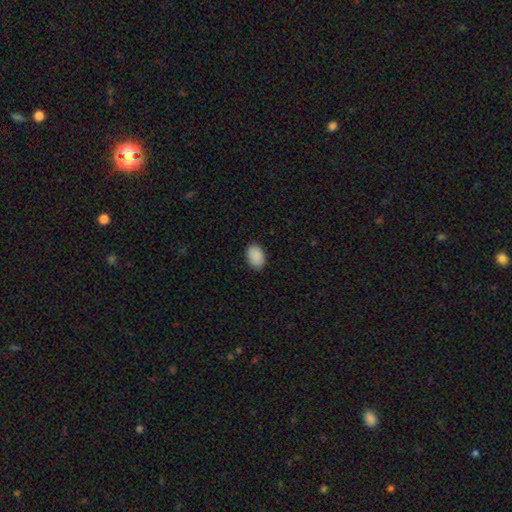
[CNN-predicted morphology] The model was most divided on "how rounded": in between: 87%, round: 12%, cigar-shaped: 1%. More confident: smooth or featured — smooth (90%); merging — none (86%).